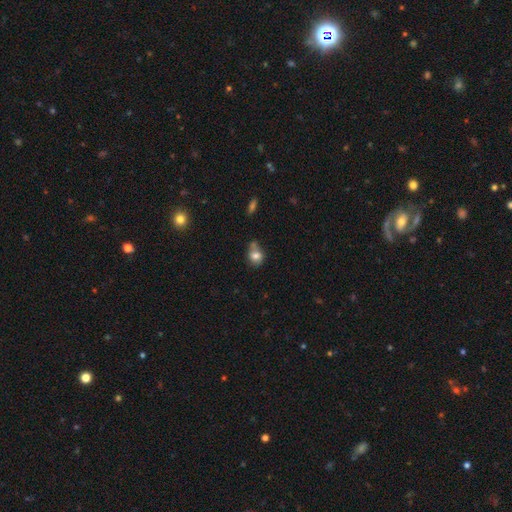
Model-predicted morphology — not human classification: This appears to be a smooth galaxy with no disk features (77%) that is round (62%). Merging: none (44%).